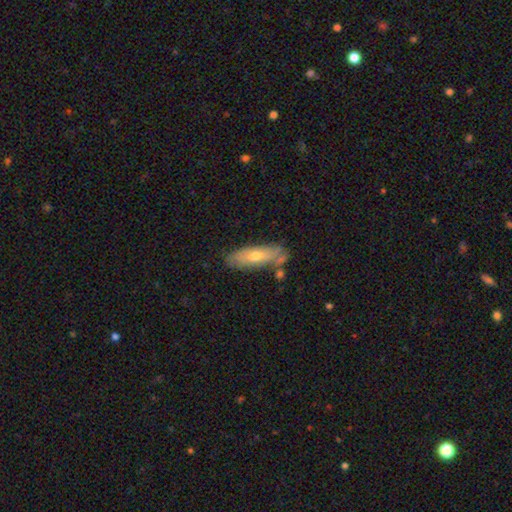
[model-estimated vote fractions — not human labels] Smooth or featured: smooth — 61% (featured or disk — 33%)
How rounded: in between — 50% (cigar-shaped — 48%)
Merging: none — 66% (minor disturbance — 19%)